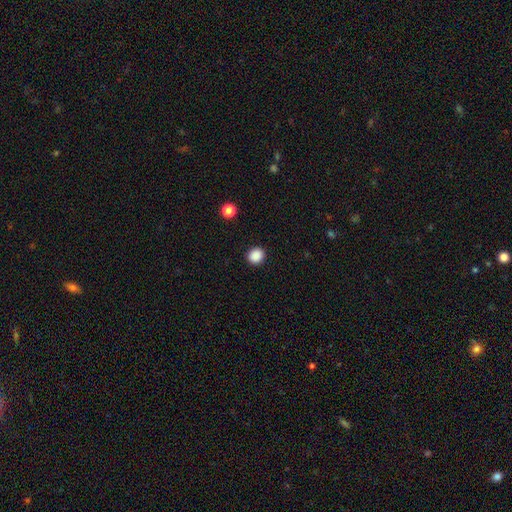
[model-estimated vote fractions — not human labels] A smooth galaxy with no disk features (88%) that is round (80%).

Vote fractions:
- Smooth or featured? smooth: 88% / star or artifact: 10% / featured or disk: 2%
- How rounded? round: 80% / in between: 19% / cigar-shaped: 1%
- Merging? none: 92% / minor disturbance: 5% / major disturbance: 2% / merger: 1%